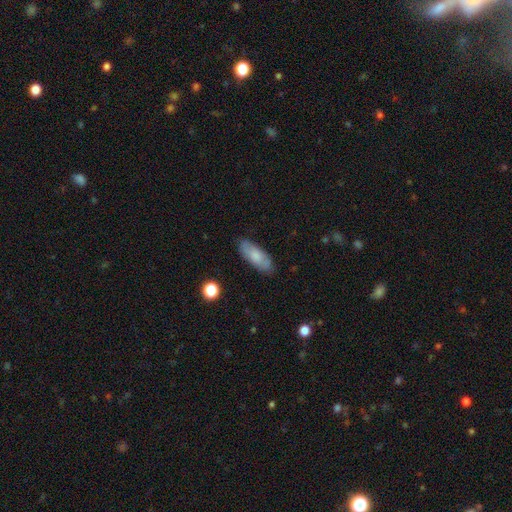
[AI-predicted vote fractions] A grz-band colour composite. It shows a smooth galaxy with no disk features (72%) that is in between round and cigar-shaped (74%). Merging: none (81%).